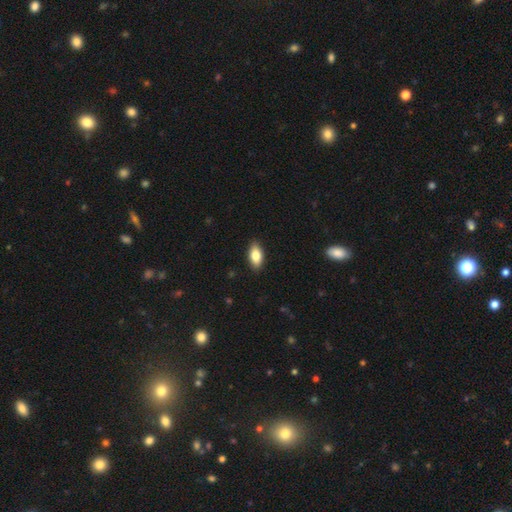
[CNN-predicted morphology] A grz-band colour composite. It shows a smooth galaxy with no disk features (81%) that is in between round and cigar-shaped (89%). Merging: none (89%).